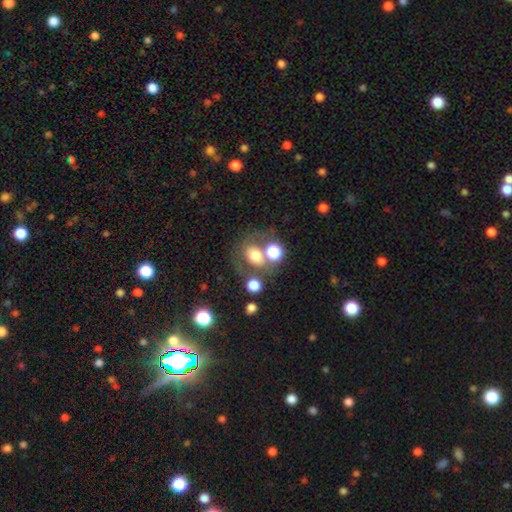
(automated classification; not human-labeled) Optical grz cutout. It shows a smooth galaxy with no disk features (62%) that is round (63%). Merging: none (49%).